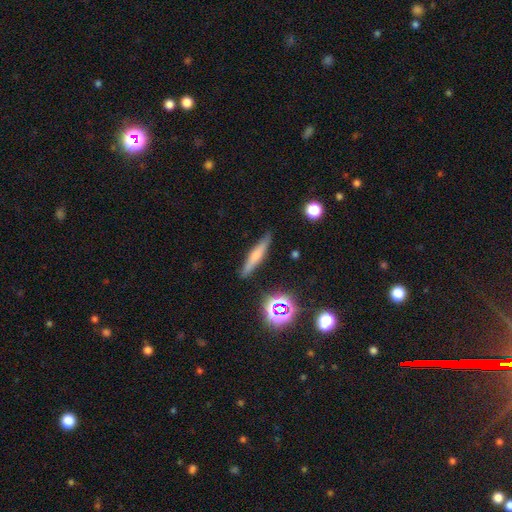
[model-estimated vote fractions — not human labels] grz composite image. It shows a smooth galaxy with no disk features (52%) that is cigar-shaped (89%). Merging: none (87%).